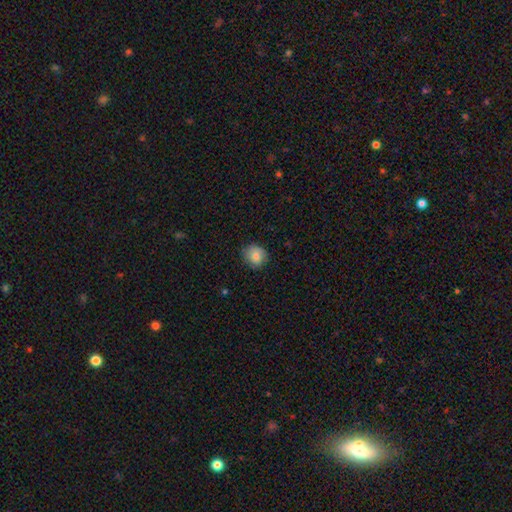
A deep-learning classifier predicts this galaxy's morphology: This appears to be a smooth galaxy with no disk features (82%) that is round (81%). Merging: none (81%).